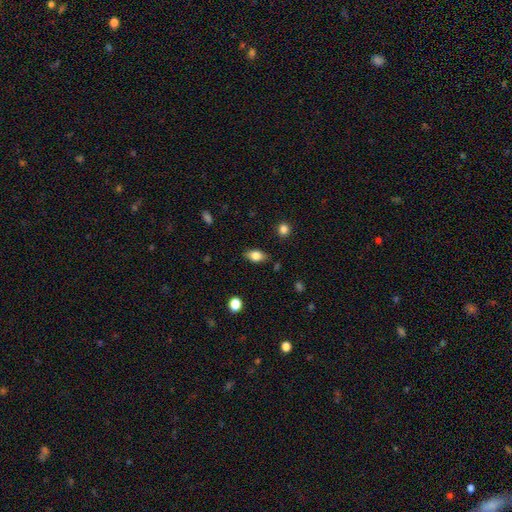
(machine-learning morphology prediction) Overall: smooth (78%). How rounded: in between (87%). Merging: none (84%).